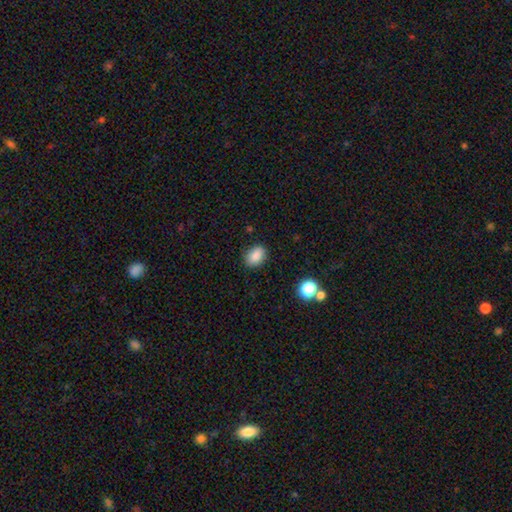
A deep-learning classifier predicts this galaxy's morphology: A smooth galaxy with no disk features (86%) that is in between round and cigar-shaped (77%). Merging: none (84%).